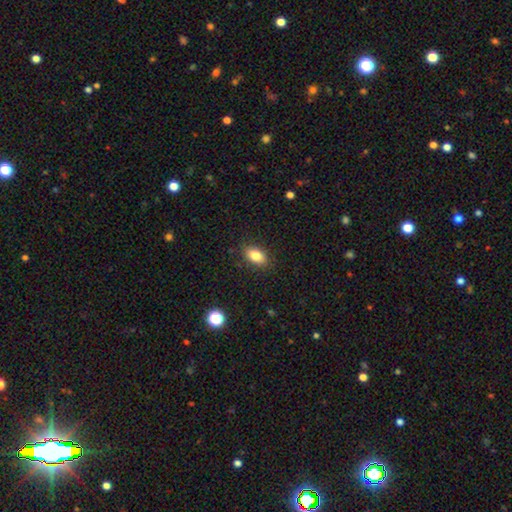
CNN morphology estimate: smooth-or-featured: smooth: 82% | star or artifact: 9% | featured or disk: 9%
  how-rounded: in between: 87% | round: 10% | cigar-shaped: 2%
  merging: none: 86% | minor disturbance: 10% | major disturbance: 3% | merger: 1%